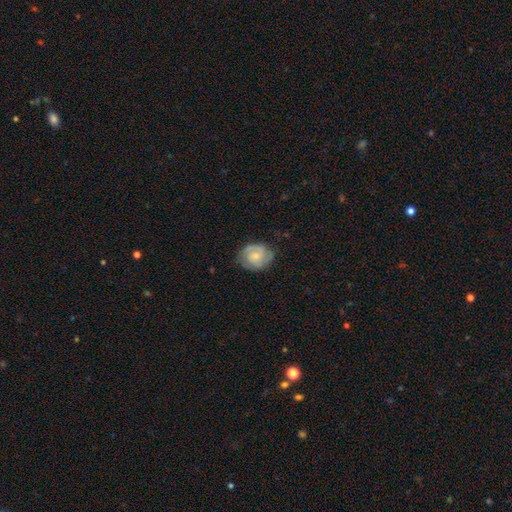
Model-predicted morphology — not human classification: featured or disk 62%, smooth 32%, star or artifact 6%. Down the decision tree: edge-on disk — no (98%); bar — no (73%); spiral arms — yes (88%); spiral arm count — 2 (60%); spiral winding — tight (53%); bulge size — small (61%); merging — none (70%).